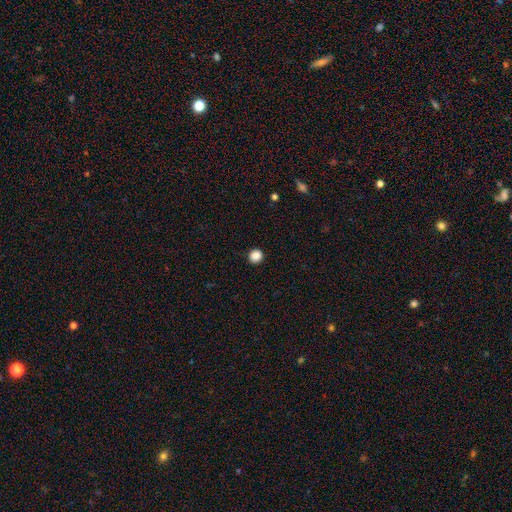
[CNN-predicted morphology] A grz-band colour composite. It shows a smooth galaxy with no disk features (87%) that is round (89%). Merging: none (92%).